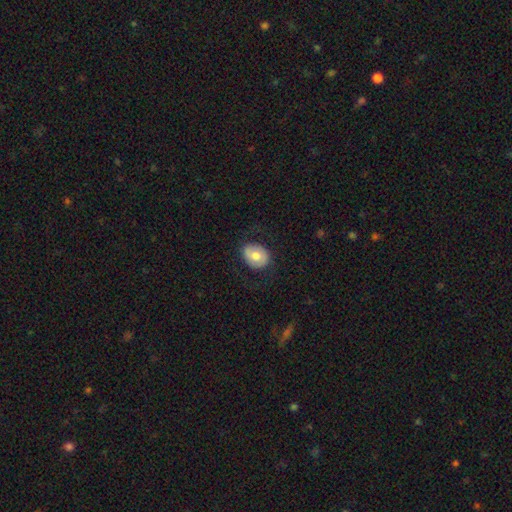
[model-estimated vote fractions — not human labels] Overall: smooth (68%). How rounded: in between (53%; round 46%). Merging: none (79%).